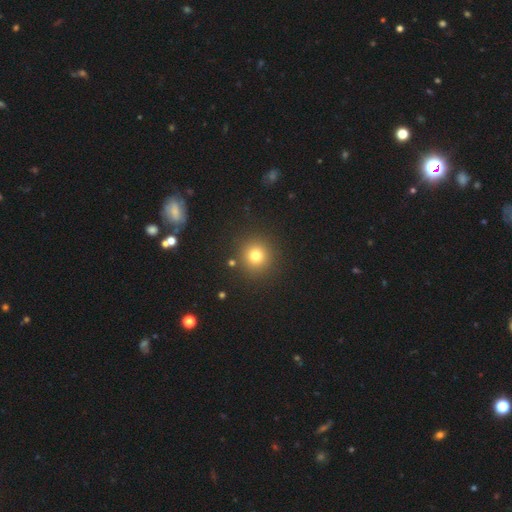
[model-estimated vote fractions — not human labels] Smooth or featured?
  - smooth: 77% *
  - star or artifact: 16%
  - featured or disk: 7%
How rounded?
  - round: 94% *
  - in between: 5%
  - cigar-shaped: 1%
Merging?
  - none: 90% *
  - minor disturbance: 6%
  - major disturbance: 2%
  - merger: 2%